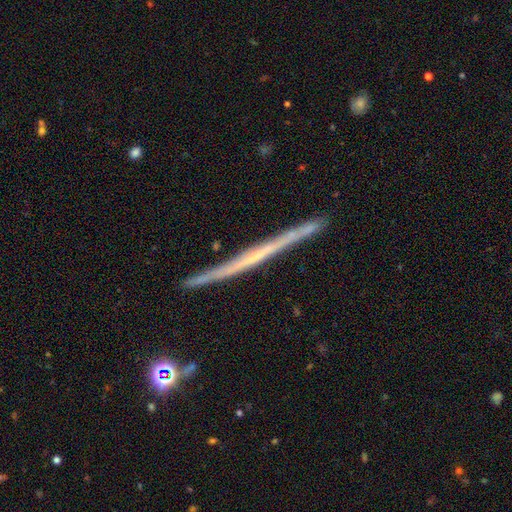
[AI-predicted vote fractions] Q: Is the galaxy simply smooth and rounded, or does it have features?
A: featured or disk — 71%.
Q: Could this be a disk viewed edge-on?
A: yes — 98%.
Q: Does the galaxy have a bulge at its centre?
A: none — 81%.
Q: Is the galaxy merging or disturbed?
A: none — 89%.